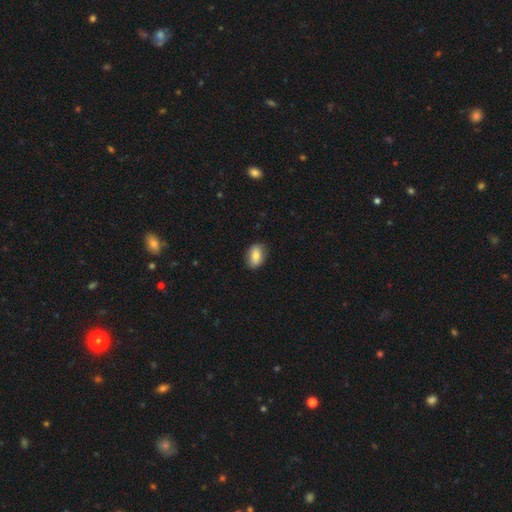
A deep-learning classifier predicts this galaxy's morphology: smooth-or-featured: smooth: 80% | featured or disk: 12% | star or artifact: 7%
  how-rounded: in between: 84% | round: 14% | cigar-shaped: 2%
  merging: none: 81% | minor disturbance: 15% | major disturbance: 3% | merger: 1%